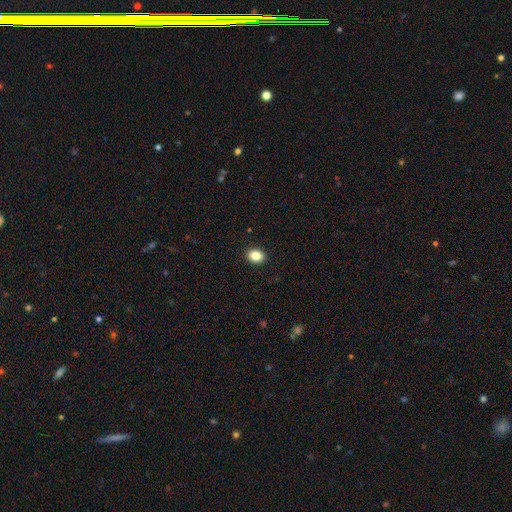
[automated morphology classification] Q: Smooth or featured?
A: smooth (86%); runner-up: star or artifact (9%)
Q: How rounded?
A: in between (64%); runner-up: round (36%)
Q: Merging?
A: none (92%); runner-up: minor disturbance (6%)